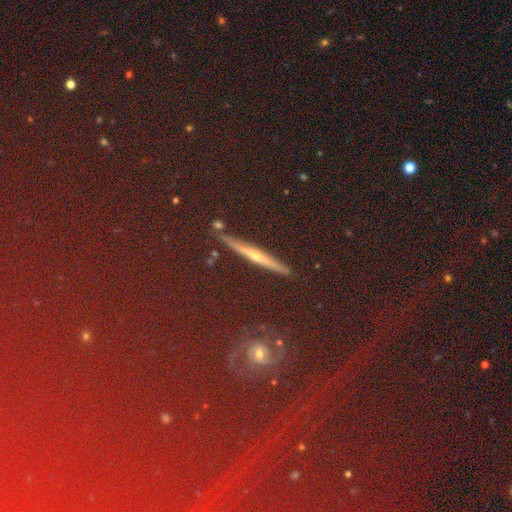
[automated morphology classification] A star or artifact, not a galaxy (42%).